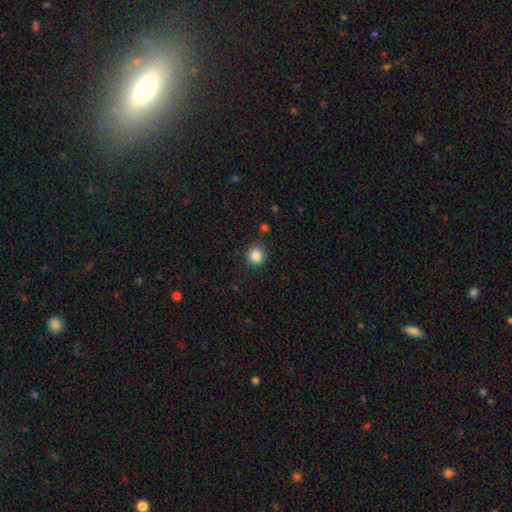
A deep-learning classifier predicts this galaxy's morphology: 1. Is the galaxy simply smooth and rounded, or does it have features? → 85% smooth, 11% star or artifact, 4% featured or disk.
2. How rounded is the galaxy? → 93% round, 6% in between, 1% cigar-shaped.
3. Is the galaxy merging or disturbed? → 88% none, 8% minor disturbance, 2% major disturbance, 2% merger.